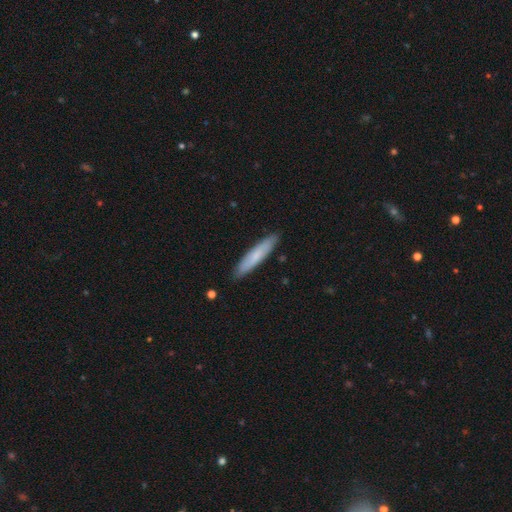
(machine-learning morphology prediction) This is likely a smooth galaxy (72%). How rounded: clearly cigar-shaped (87%). Merging: clearly none (88%).